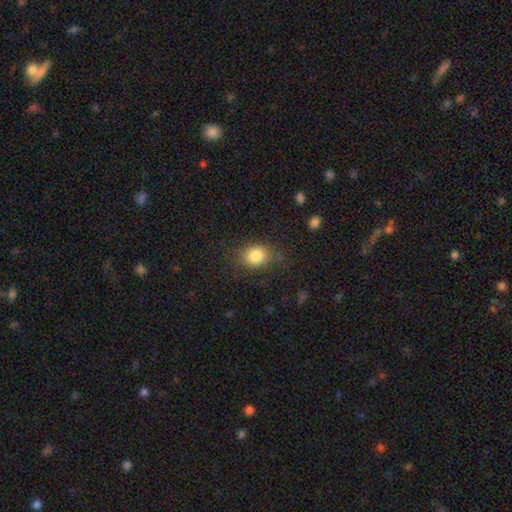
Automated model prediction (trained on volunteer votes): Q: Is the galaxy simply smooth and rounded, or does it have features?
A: smooth — 83%.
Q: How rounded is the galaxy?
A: in between — 50%.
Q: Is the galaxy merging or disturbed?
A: none — 77%.